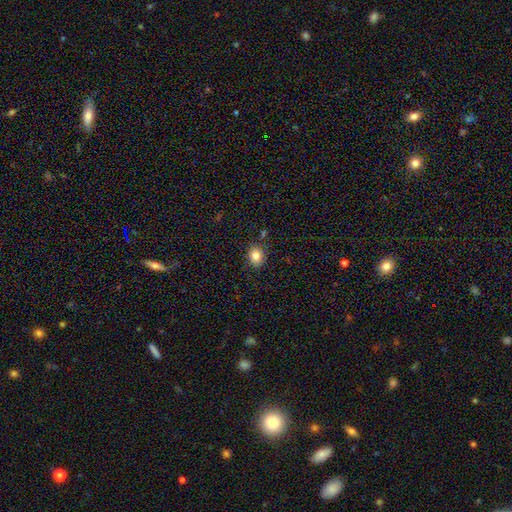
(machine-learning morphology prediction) Q: Smooth or featured?
A: smooth (83%); runner-up: star or artifact (10%)
Q: How rounded?
A: round (62%); runner-up: in between (37%)
Q: Merging?
A: none (85%); runner-up: minor disturbance (10%)